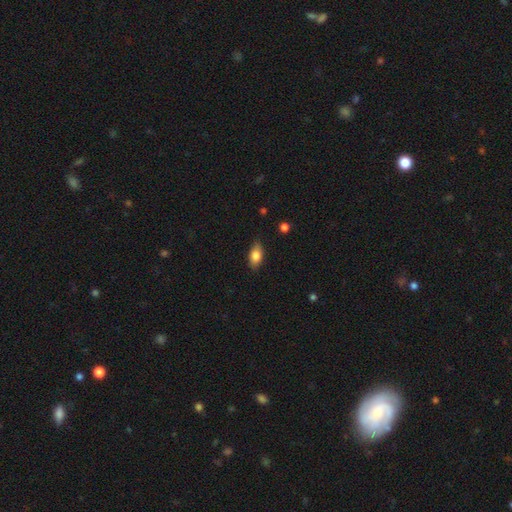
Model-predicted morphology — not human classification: smooth 80%, featured or disk 13%, star or artifact 7%. Down the decision tree: how rounded — in between (87%); merging — none (82%).